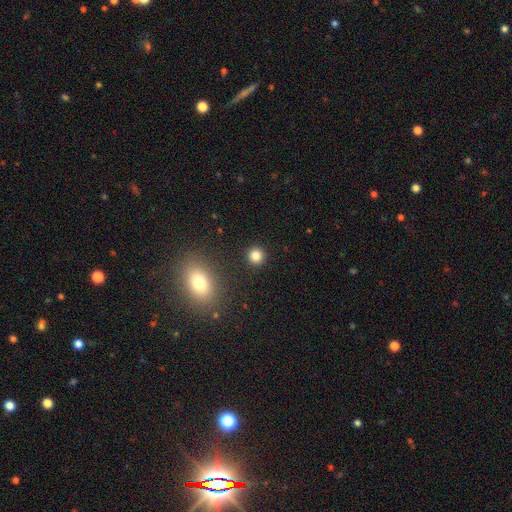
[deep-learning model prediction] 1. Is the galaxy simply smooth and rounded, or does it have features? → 83% smooth, 12% star or artifact, 5% featured or disk.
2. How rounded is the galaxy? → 92% round, 7% in between, 1% cigar-shaped.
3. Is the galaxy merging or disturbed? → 91% none, 5% minor disturbance, 2% major disturbance, 2% merger.